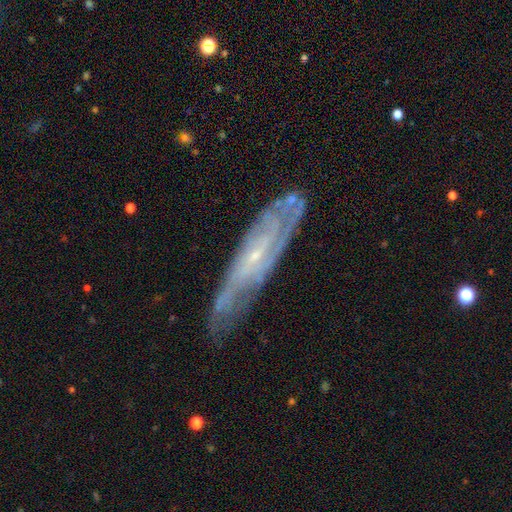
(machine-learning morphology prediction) Smooth or featured? featured or disk (81%)
Edge-on disk? no (69%)
Bar? no (55%)
Spiral arms? yes (91%)
Spiral winding? tight (57%)
Spiral arm count? can't tell (46%)
Bulge size? small (83%)
Merging? none (70%)